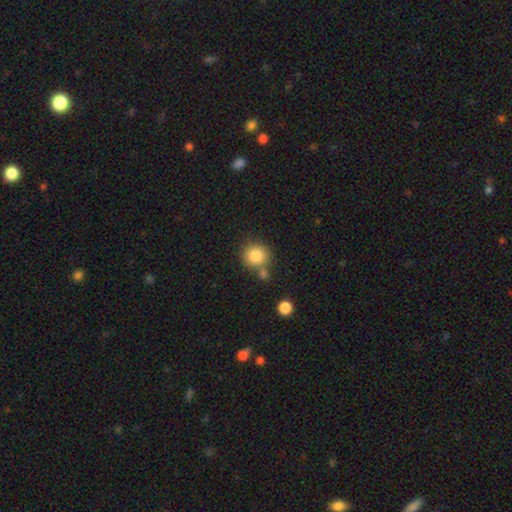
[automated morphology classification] This is clearly a smooth galaxy (85%). How rounded: clearly round (87%). Merging: likely none (64%).